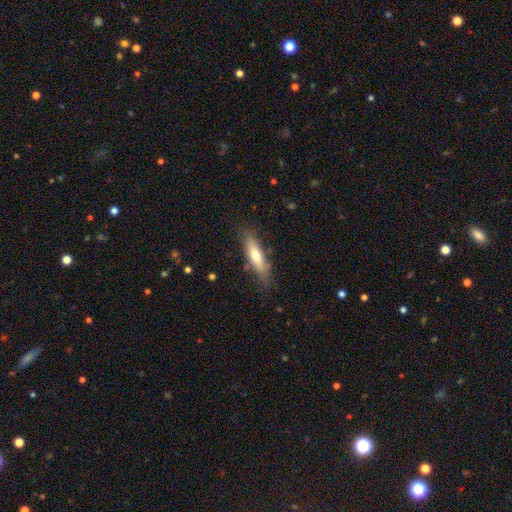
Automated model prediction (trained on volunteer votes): Smooth or featured: smooth — 65% (featured or disk — 29%)
How rounded: cigar-shaped — 66% (in between — 32%)
Merging: none — 77% (minor disturbance — 17%)